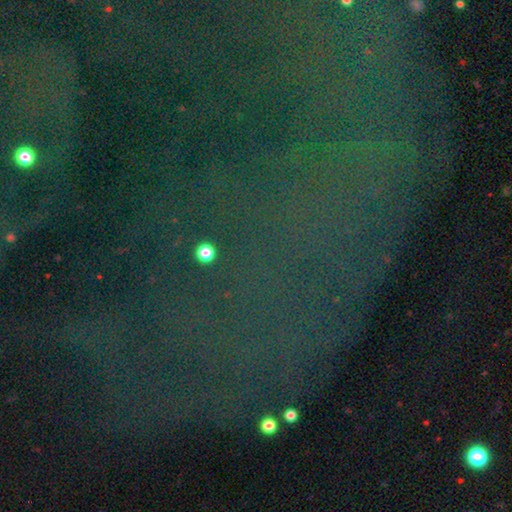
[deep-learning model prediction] Morphology: type=star or artifact (80%).